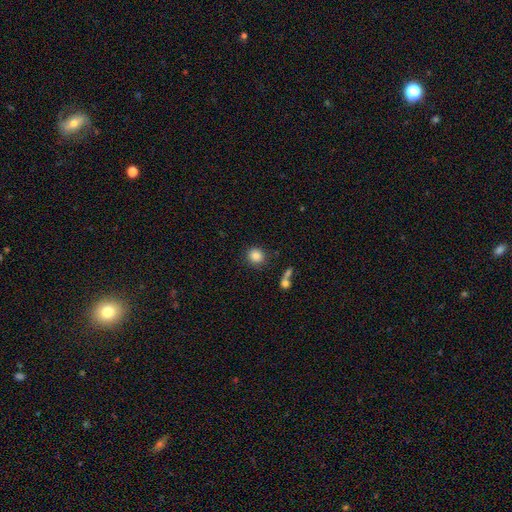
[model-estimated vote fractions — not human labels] Smooth or featured? smooth (86%)
How rounded? round (88%)
Merging? none (84%)